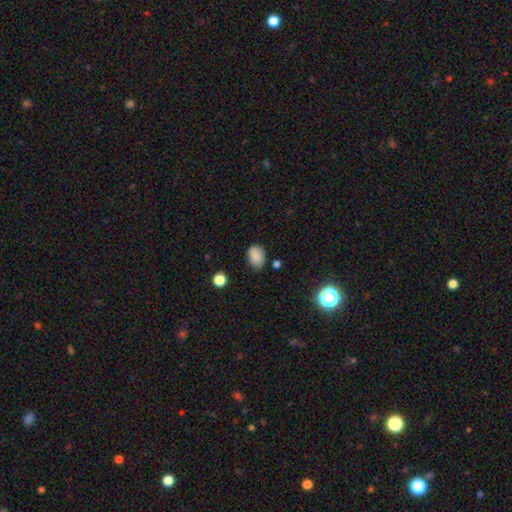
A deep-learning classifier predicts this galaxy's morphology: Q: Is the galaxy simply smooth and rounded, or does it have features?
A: smooth — 85%.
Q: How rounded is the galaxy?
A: in between — 77%.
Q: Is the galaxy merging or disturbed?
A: none — 73%.